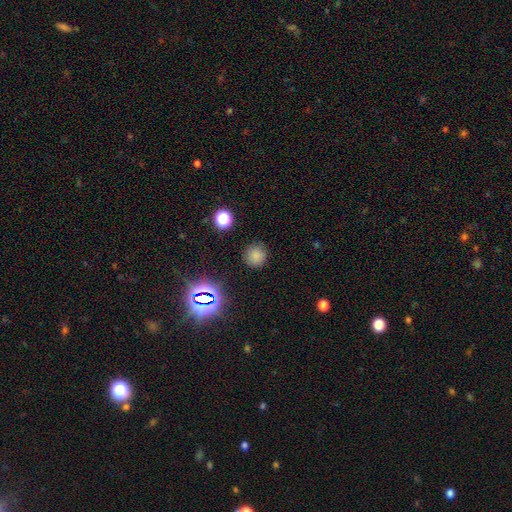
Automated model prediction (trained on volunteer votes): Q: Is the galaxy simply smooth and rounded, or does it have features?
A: smooth — 76%.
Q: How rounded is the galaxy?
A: round — 93%.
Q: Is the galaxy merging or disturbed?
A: none — 87%.